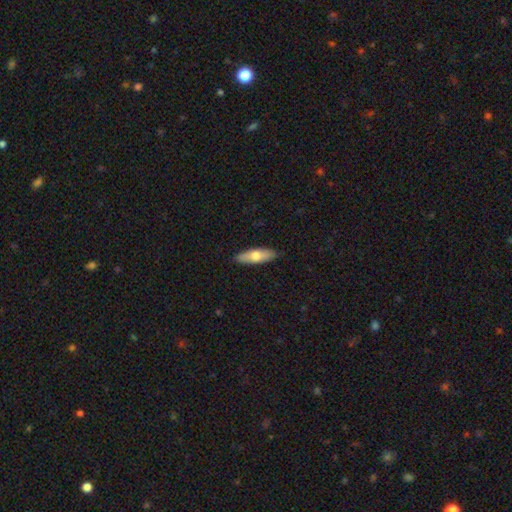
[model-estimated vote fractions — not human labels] smooth-or-featured: smooth: 65% | featured or disk: 30% | star or artifact: 5%
  how-rounded: in between: 52% | cigar-shaped: 46% | round: 2%
  merging: none: 87% | minor disturbance: 10% | major disturbance: 2% | merger: 1%